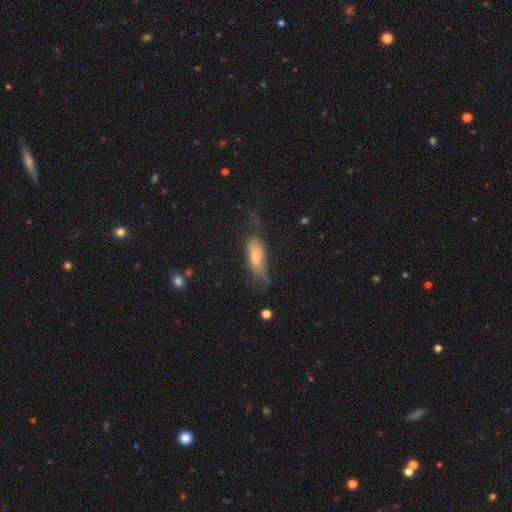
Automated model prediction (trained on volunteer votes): Smooth or featured? Predicted: smooth (p=0.57). How rounded? Predicted: in between (p=0.61). Merging? Predicted: none (p=0.44).